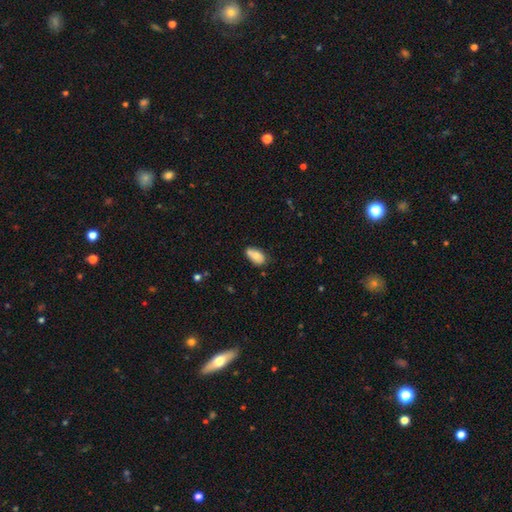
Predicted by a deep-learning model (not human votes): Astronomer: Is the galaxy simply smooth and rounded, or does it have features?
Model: smooth — 76%.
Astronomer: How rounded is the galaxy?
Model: in between — 91%.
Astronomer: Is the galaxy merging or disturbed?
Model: none — 50%.